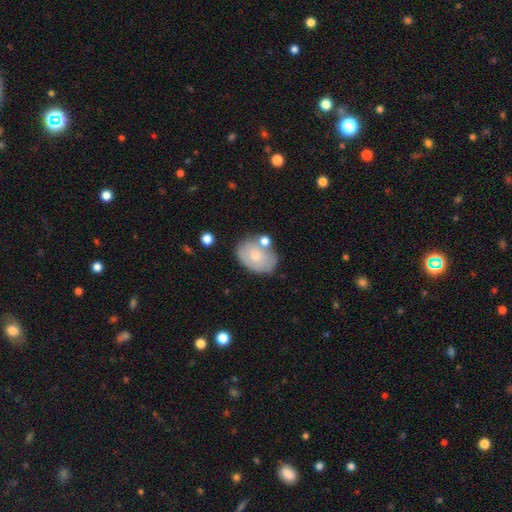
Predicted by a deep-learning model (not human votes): A smooth galaxy with no disk features (63%) that is in between round and cigar-shaped (76%).

Vote fractions:
- Smooth or featured? smooth: 63% / featured or disk: 30% / star or artifact: 7%
- How rounded? in between: 76% / round: 23% / cigar-shaped: 1%
- Merging? none: 57% / minor disturbance: 21% / merger: 16% / major disturbance: 6%